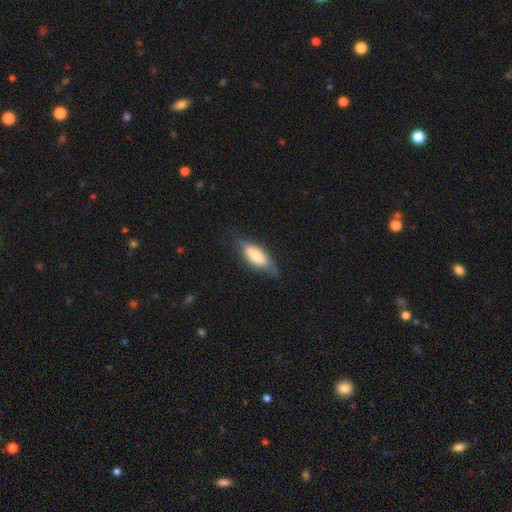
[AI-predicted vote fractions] Q: Smooth or featured?
A: smooth (63%); runner-up: featured or disk (30%)
Q: How rounded?
A: in between (66%); runner-up: cigar-shaped (32%)
Q: Merging?
A: none (67%); runner-up: minor disturbance (24%)